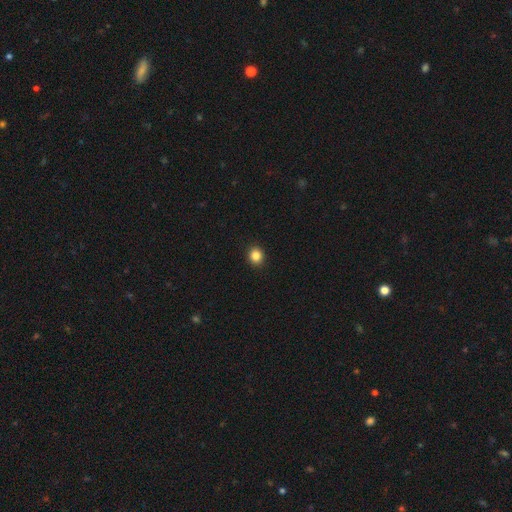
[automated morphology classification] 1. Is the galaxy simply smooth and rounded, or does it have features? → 85% smooth, 11% star or artifact, 4% featured or disk.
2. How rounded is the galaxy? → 79% round, 20% in between, 1% cigar-shaped.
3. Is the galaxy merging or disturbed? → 92% none, 5% minor disturbance, 2% major disturbance, 1% merger.